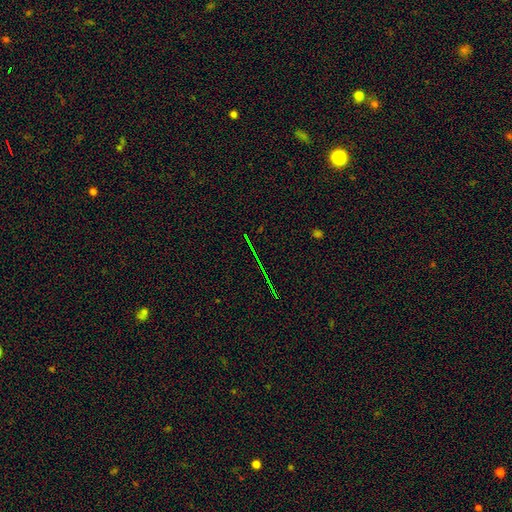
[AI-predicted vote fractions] A star or artifact, not a galaxy (78%).

Vote fractions:
- Smooth or featured? star or artifact: 78% / featured or disk: 12% / smooth: 10%